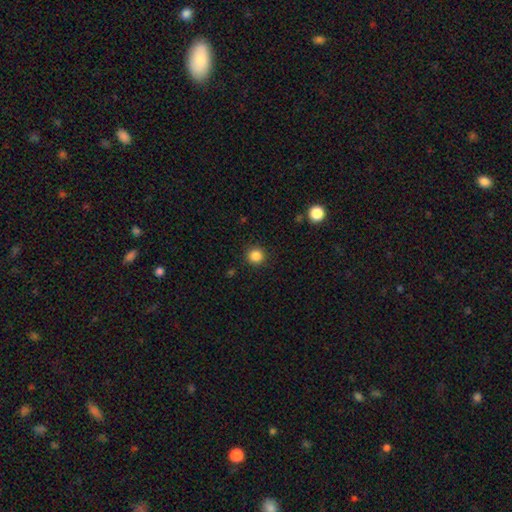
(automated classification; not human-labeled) Smooth or featured? smooth (85%)
How rounded? round (94%)
Merging? none (91%)